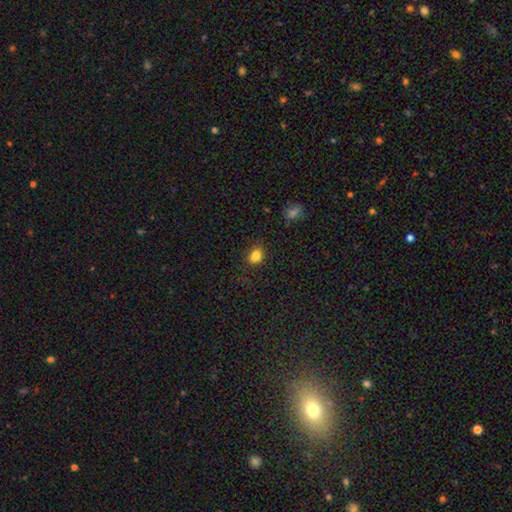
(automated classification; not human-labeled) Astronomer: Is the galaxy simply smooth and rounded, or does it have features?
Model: smooth — 82%.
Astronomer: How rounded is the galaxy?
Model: in between — 61% (runner-up: round, 38%).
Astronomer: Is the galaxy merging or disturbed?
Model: none — 74%.